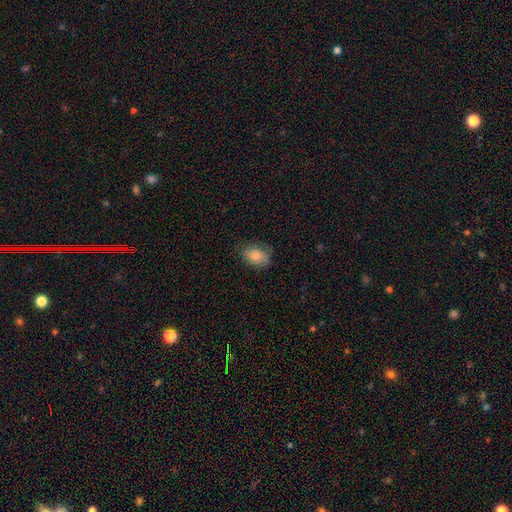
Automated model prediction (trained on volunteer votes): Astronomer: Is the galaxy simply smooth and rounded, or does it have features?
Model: smooth — 82%.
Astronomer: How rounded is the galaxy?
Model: in between — 82%.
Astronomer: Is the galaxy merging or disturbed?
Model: none — 74%.